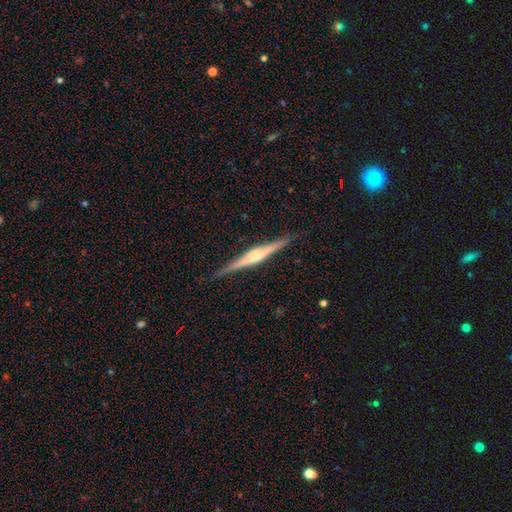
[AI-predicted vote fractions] featured or disk 79%, smooth 15%, star or artifact 5%. Down the decision tree: edge-on disk — yes (98%); edge-on bulge — rounded (68%); merging — none (91%).